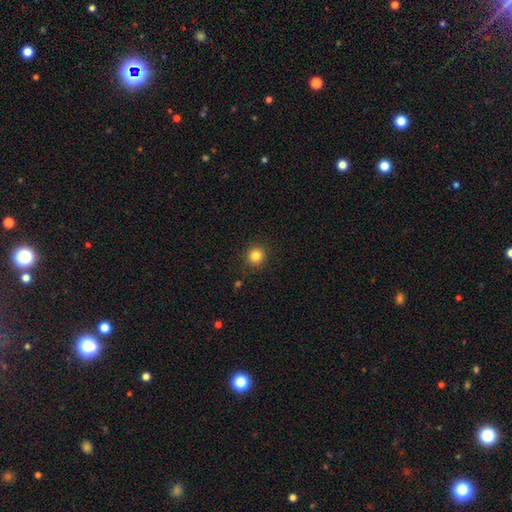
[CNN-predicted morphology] This appears to be a smooth galaxy with no disk features (83%) that is round (93%). Merging: none (90%).